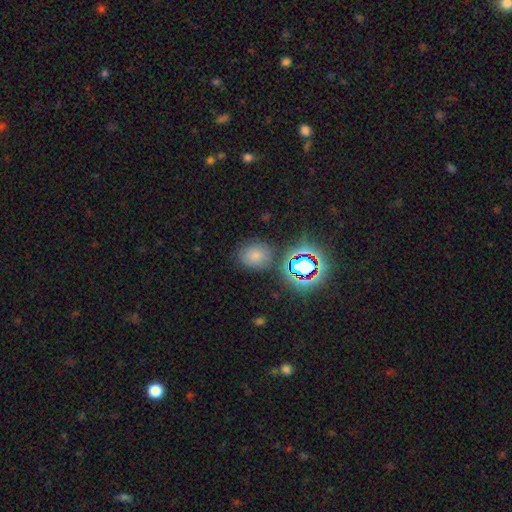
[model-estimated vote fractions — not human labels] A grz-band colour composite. It shows a smooth galaxy with no disk features (68%) that is round (62%). Merging: none (78%).